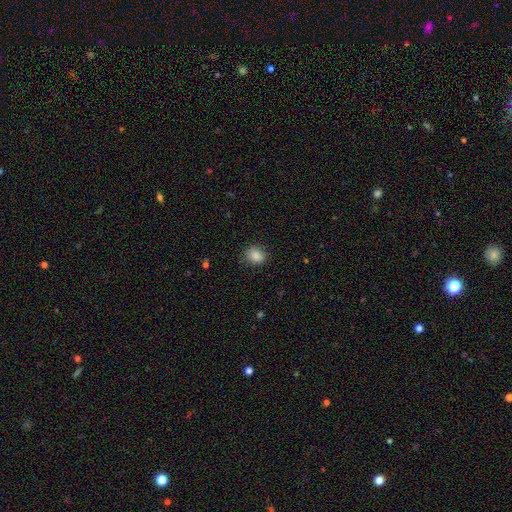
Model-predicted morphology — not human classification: Smooth or featured: smooth — 86% (star or artifact — 10%)
How rounded: round — 59% (in between — 40%)
Merging: none — 84% (minor disturbance — 12%)